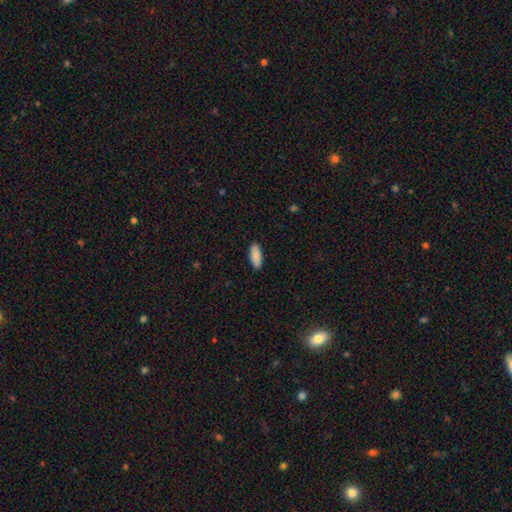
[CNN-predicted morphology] A smooth galaxy with no disk features (90%) that is in between round and cigar-shaped (75%).

Vote fractions:
- Smooth or featured? smooth: 90% / star or artifact: 6% / featured or disk: 4%
- How rounded? in between: 75% / cigar-shaped: 23% / round: 2%
- Merging? none: 90% / minor disturbance: 8% / major disturbance: 2% / merger: 1%